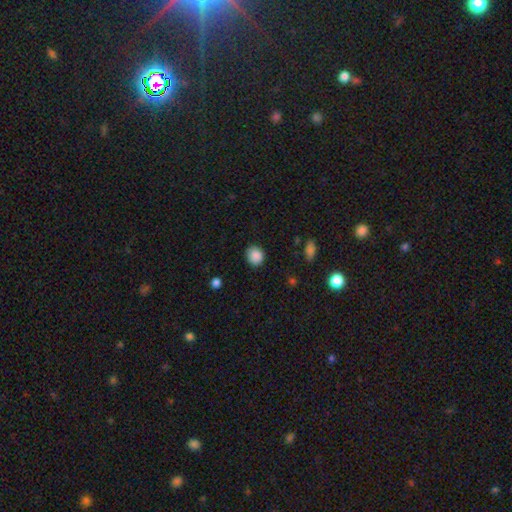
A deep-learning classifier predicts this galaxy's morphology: Overall: smooth (88%). How rounded: round (81%). Merging: none (87%).